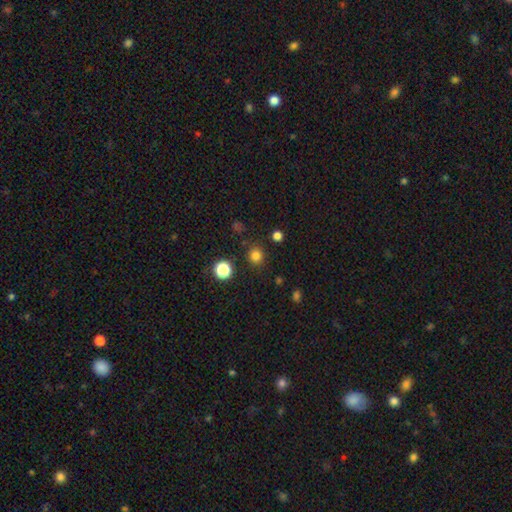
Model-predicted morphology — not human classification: type=smooth (80%); roundness=round (91%); merging=none (88%).